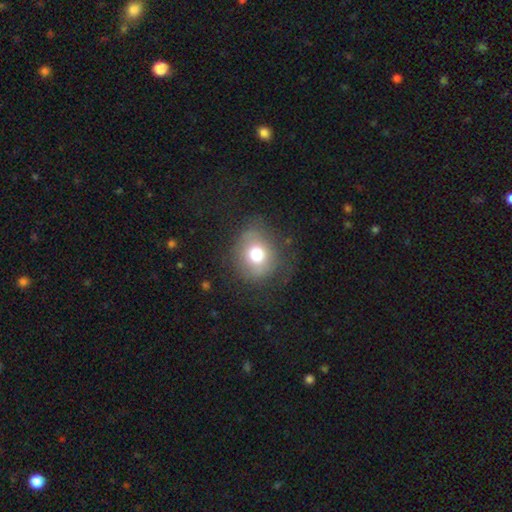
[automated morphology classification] Overall: smooth (71%). How rounded: round (69%; in between 30%). Merging: none (70%).